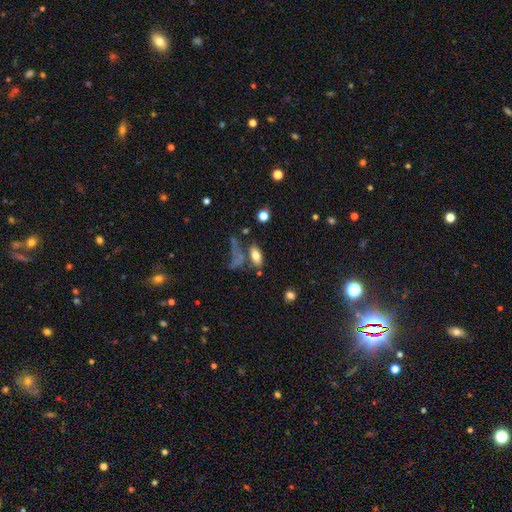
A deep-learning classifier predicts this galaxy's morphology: Smooth or featured? smooth (75%)
How rounded? in between (86%)
Merging? none (56%)